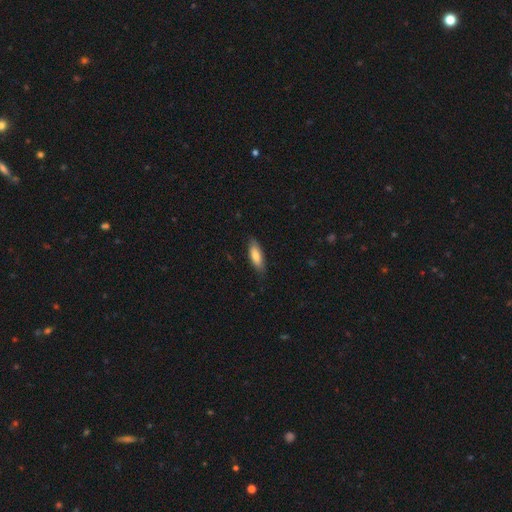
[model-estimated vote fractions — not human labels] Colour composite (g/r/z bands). It shows a smooth galaxy with no disk features (78%) that is in between round and cigar-shaped (60%). Merging: none (79%).